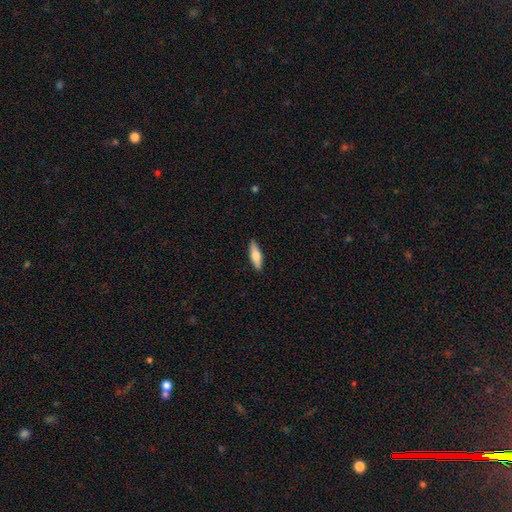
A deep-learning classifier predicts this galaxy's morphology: The model was most divided on "how rounded": cigar-shaped: 55%, in between: 43%, round: 2%. More confident: merging — none (89%); smooth or featured — smooth (64%).